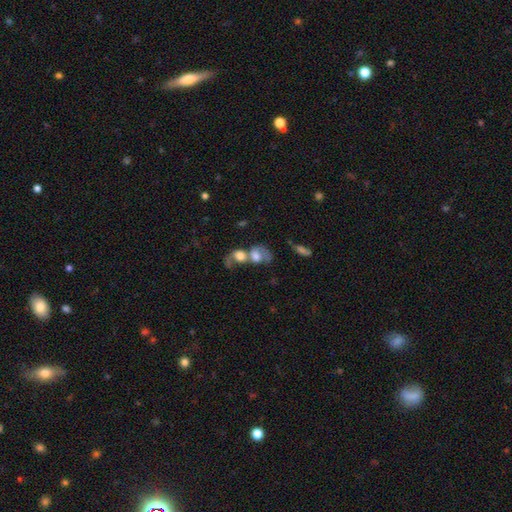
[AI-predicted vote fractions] Smooth or featured? smooth (58%)
How rounded? in between (61%)
Merging? merger (76%)